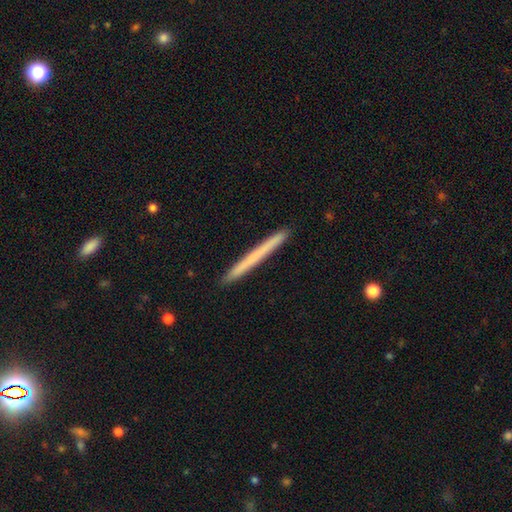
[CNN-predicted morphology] smooth 61%, featured or disk 34%, star or artifact 6%. Down the decision tree: how rounded — cigar-shaped (98%); merging — none (93%).